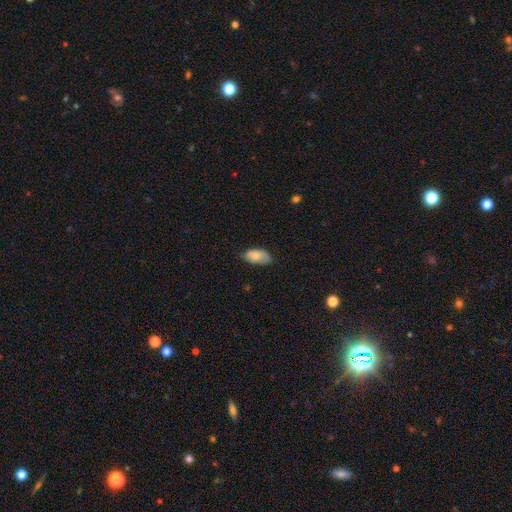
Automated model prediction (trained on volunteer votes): Morphology: type=smooth (79%); roundness=in between (94%); merging=none (65%).